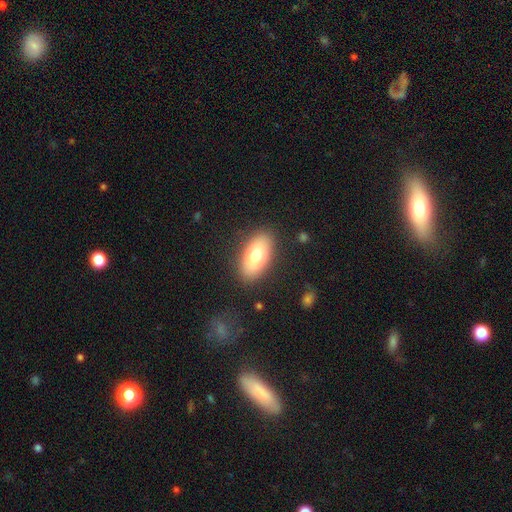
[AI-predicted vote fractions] A smooth galaxy with no disk features (72%) that is in between round and cigar-shaped (90%).

Vote fractions:
- Smooth or featured? smooth: 72% / featured or disk: 19% / star or artifact: 8%
- How rounded? in between: 90% / round: 5% / cigar-shaped: 4%
- Merging? none: 87% / minor disturbance: 9% / major disturbance: 3% / merger: 1%